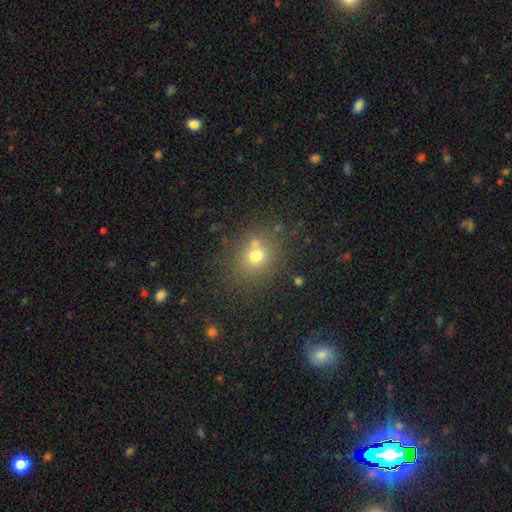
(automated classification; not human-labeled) This is likely a smooth galaxy (69%). How rounded: likely round (73%). Merging: likely none (71%).